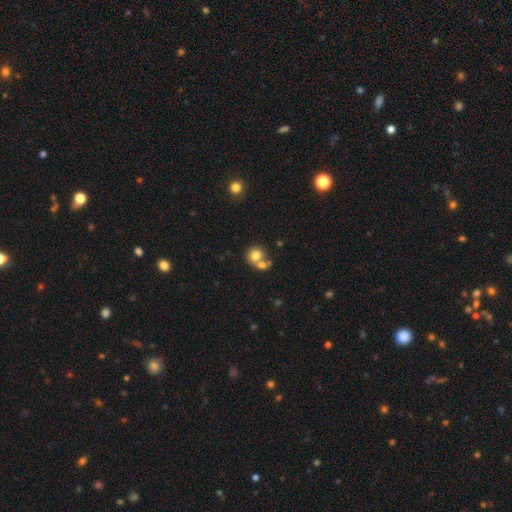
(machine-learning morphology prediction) A smooth galaxy with no disk features (76%) that is round (77%).

Vote fractions:
- Smooth or featured? smooth: 76% / featured or disk: 14% / star or artifact: 10%
- How rounded? round: 77% / in between: 22% / cigar-shaped: 1%
- Merging? merger: 52% / none: 37% / minor disturbance: 8% / major disturbance: 4%